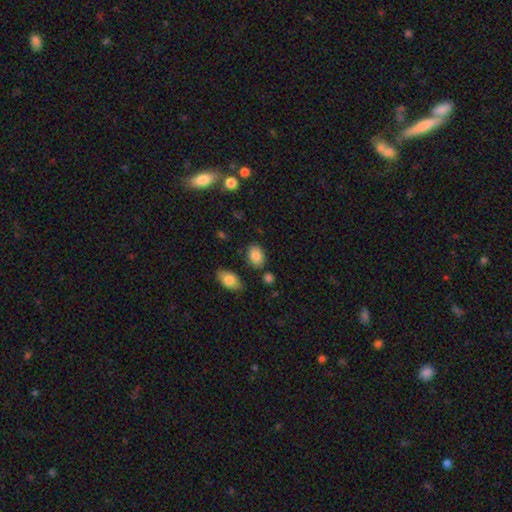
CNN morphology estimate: A smooth galaxy with no disk features (85%) that is in between round and cigar-shaped (81%).

Vote fractions:
- Smooth or featured? smooth: 85% / star or artifact: 8% / featured or disk: 7%
- How rounded? in between: 81% / round: 17% / cigar-shaped: 1%
- Merging? none: 80% / minor disturbance: 13% / merger: 5% / major disturbance: 3%